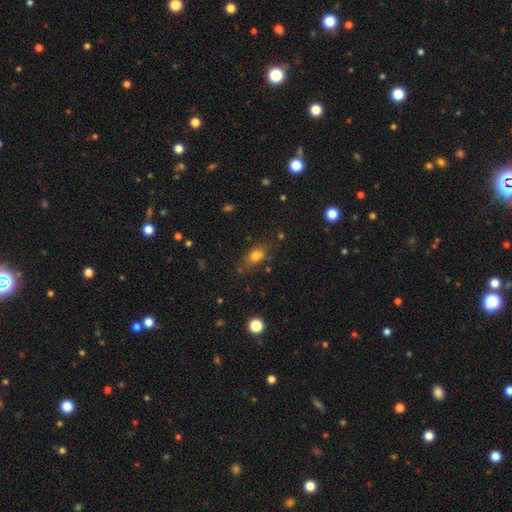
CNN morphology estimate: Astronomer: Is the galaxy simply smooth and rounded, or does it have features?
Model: smooth — 76%.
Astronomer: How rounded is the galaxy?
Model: in between — 74%.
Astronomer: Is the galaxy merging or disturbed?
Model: none — 67%.